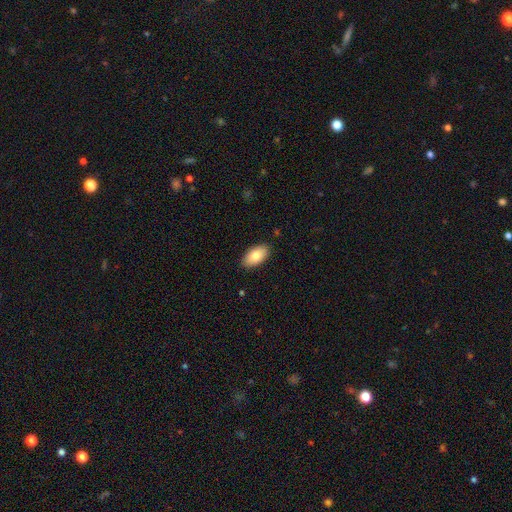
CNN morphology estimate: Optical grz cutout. It shows a smooth galaxy with no disk features (80%) that is in between round and cigar-shaped (94%). Merging: none (87%).